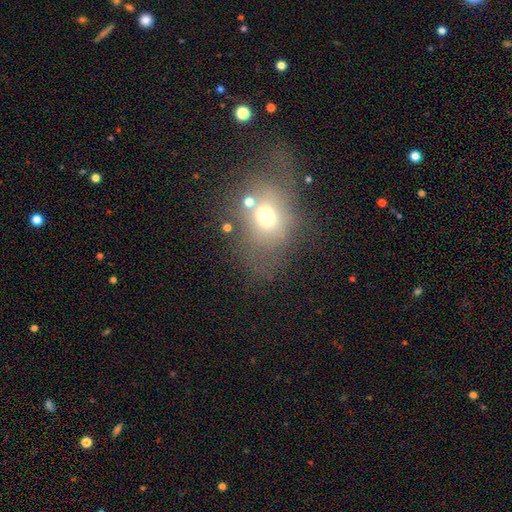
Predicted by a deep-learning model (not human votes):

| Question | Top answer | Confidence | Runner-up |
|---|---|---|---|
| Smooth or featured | smooth | 50% | star or artifact (27%) |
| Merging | none | 57% | minor disturbance (19%) |